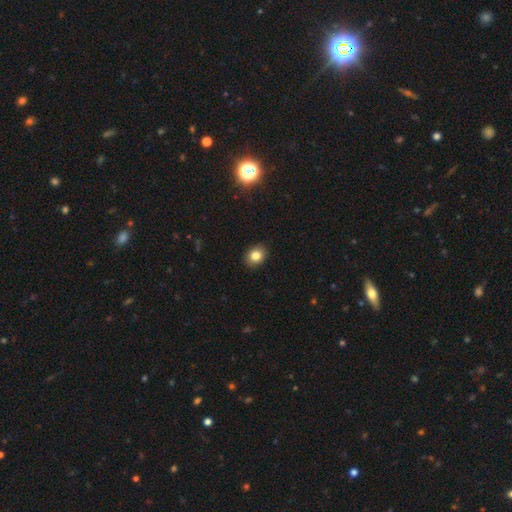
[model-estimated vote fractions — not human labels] A smooth galaxy with no disk features (82%) that is in between round and cigar-shaped (56%). Merging: none (90%).